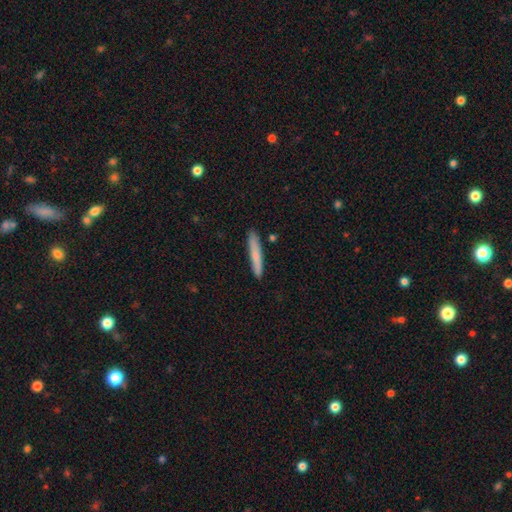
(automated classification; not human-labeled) Overall: smooth (75%). How rounded: cigar-shaped (94%). Merging: none (88%).